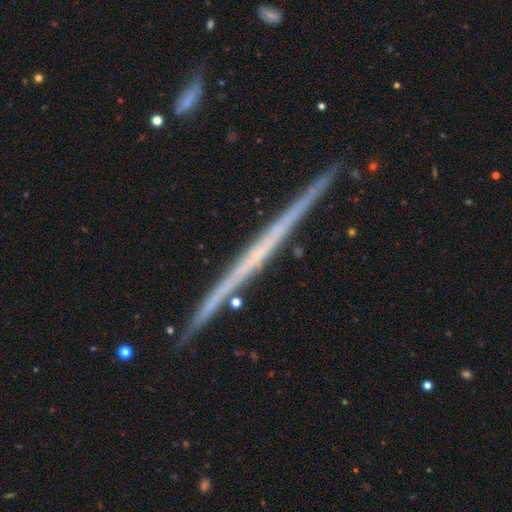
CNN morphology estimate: smooth_or_featured: featured or disk (p=0.75) [alt: smooth p=0.17]
disk_edge_on: yes (p=0.97) [alt: no p=0.03]
edge_on_bulge: none (p=0.85) [alt: rounded p=0.11]
merging: none (p=0.87) [alt: minor disturbance p=0.09]